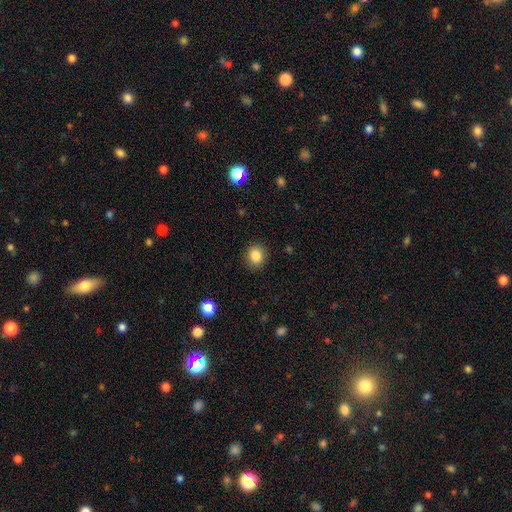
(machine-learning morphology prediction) smooth 85%, star or artifact 10%, featured or disk 5%. Down the decision tree: how rounded — round (65%); merging — none (89%).